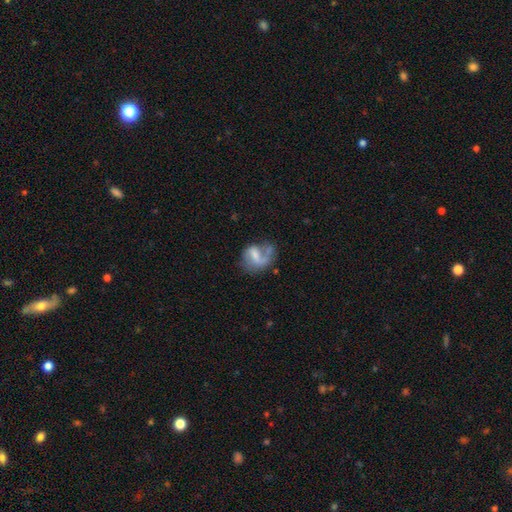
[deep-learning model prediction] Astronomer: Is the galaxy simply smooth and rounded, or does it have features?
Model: featured or disk — 59%.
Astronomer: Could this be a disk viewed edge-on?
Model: no — 97%.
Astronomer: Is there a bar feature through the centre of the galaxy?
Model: weak — 46% (runner-up: no, 32%).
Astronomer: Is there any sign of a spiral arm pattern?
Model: yes — 76%.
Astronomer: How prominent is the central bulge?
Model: none — 32% (runner-up: small, 31%).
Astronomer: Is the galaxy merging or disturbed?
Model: major disturbance — 36% (runner-up: none, 35%).